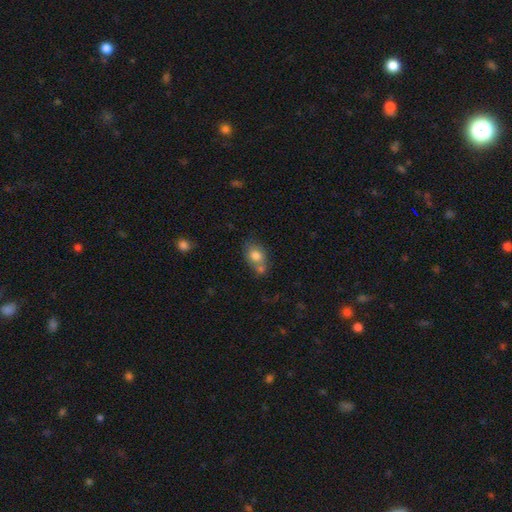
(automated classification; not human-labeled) smooth 77%, featured or disk 14%, star or artifact 9%. Down the decision tree: how rounded — in between (62%); merging — none (46%).